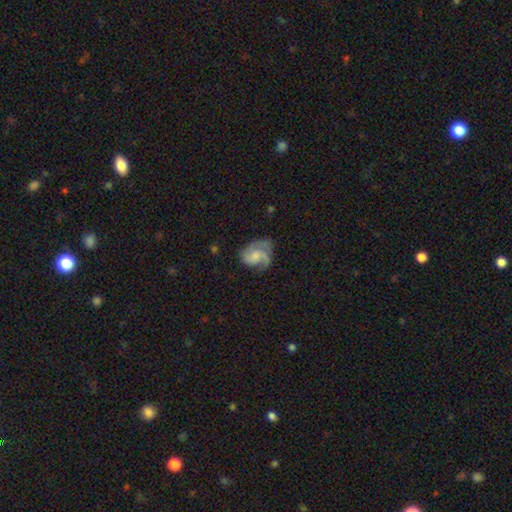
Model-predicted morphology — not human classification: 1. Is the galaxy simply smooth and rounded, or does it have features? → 68% featured or disk, 25% smooth, 7% star or artifact.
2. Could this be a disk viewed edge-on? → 98% no, 2% yes.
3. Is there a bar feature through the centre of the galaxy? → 61% no, 34% weak, 5% strong.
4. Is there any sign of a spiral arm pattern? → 91% yes, 9% no.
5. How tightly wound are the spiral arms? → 46% medium, 30% loose, 25% tight.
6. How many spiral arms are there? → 46% 2, 23% 1, 14% 3, 12% can't tell, 3% 4, 2% more than 4.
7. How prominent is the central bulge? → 31% none, 30% moderate, 26% small, 11% large, 2% dominant.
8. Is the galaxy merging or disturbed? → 48% none, 25% minor disturbance, 24% major disturbance, 2% merger.